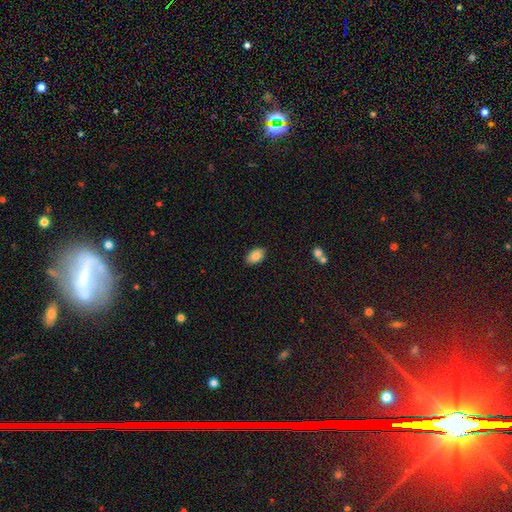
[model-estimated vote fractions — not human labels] Smooth or featured? smooth (83%)
How rounded? in between (91%)
Merging? none (88%)